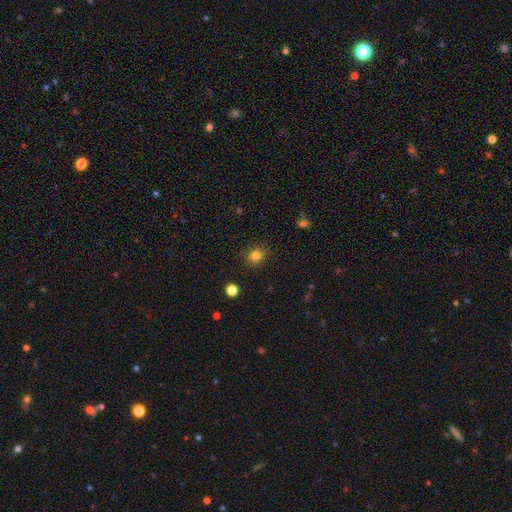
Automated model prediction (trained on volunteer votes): Smooth or featured: smooth — 82% (star or artifact — 13%)
How rounded: round — 81% (in between — 18%)
Merging: none — 87% (minor disturbance — 9%)